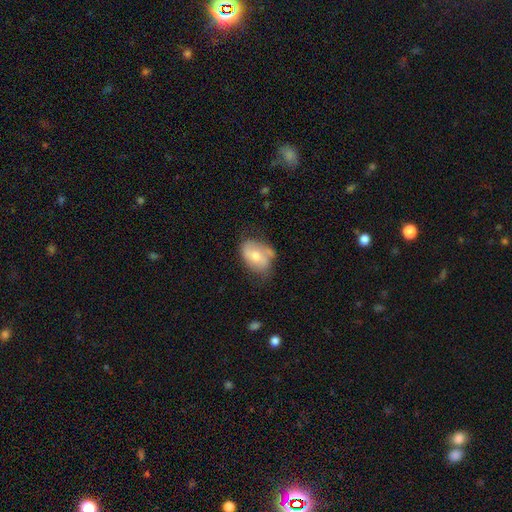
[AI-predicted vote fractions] This appears to be a smooth galaxy with no disk features (55%) that is in between round and cigar-shaped (82%). Merging: none (44%).